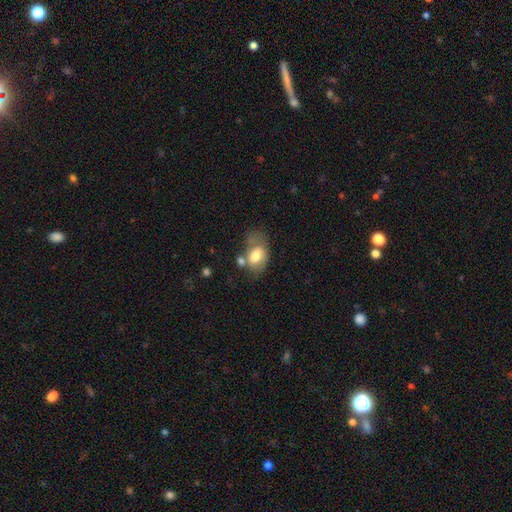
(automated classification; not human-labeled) smooth_or_featured: smooth (p=0.66) [alt: featured or disk p=0.26]
how_rounded: in between (p=0.84) [alt: round p=0.15]
merging: none (p=0.35) [alt: minor disturbance p=0.25]